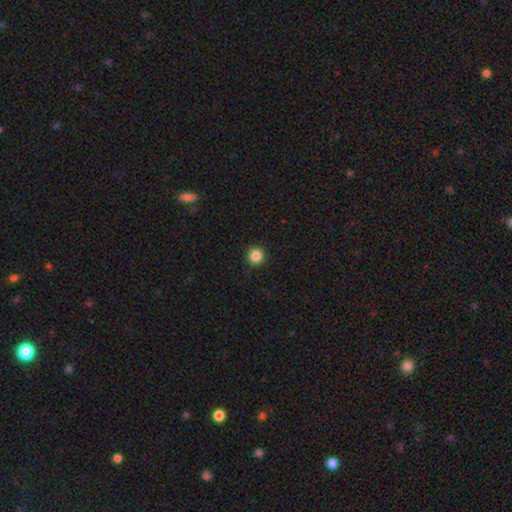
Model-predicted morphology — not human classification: smooth 86%, star or artifact 11%, featured or disk 4%. Down the decision tree: how rounded — round (95%); merging — none (93%).